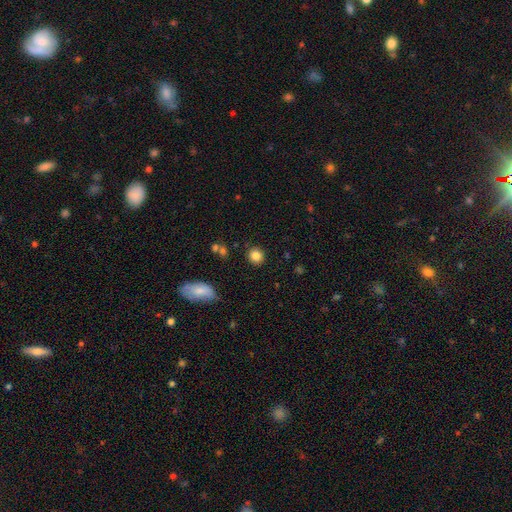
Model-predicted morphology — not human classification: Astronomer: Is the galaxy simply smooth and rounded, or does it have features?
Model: smooth — 84%.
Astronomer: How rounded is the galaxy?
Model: round — 86%.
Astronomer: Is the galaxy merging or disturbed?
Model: none — 88%.